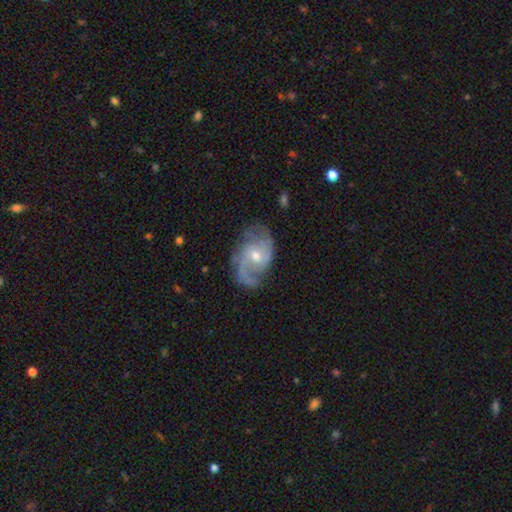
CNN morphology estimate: Smooth or featured: featured or disk — 85% (smooth — 9%)
Edge-on disk: no — 97% (yes — 3%)
Bar: no — 54% (weak — 39%)
Spiral arms: yes — 95% (no — 5%)
Spiral winding: medium — 47% (loose — 32%)
Spiral arm count: 2 — 71% (can't tell — 11%)
Bulge size: moderate — 52% (small — 44%)
Merging: none — 68% (minor disturbance — 21%)